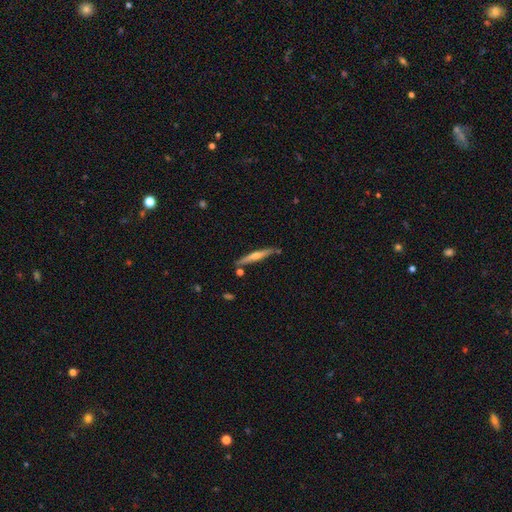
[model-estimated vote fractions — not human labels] Smooth or featured? Predicted: featured or disk (p=0.63). Edge-on disk? Predicted: yes (p=0.97). Edge-on bulge? Predicted: rounded (p=0.82). Merging? Predicted: none (p=0.82).